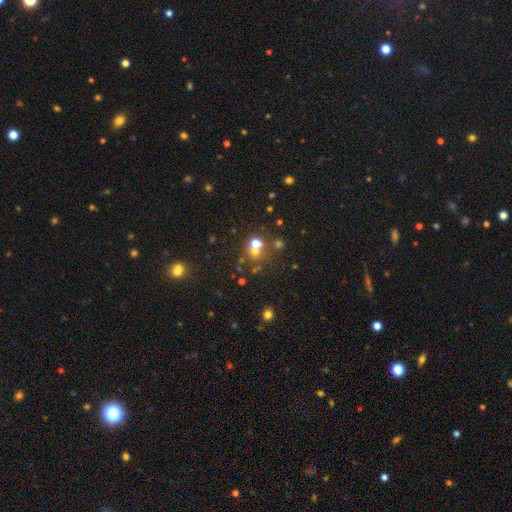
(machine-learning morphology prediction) This appears to be a smooth galaxy with no disk features (47%). Merging: none (55%).